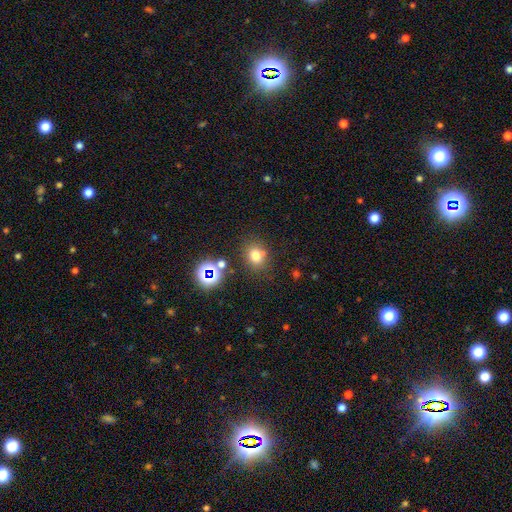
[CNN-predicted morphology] A smooth galaxy with no disk features (71%) that is round (72%). Merging: none (73%).